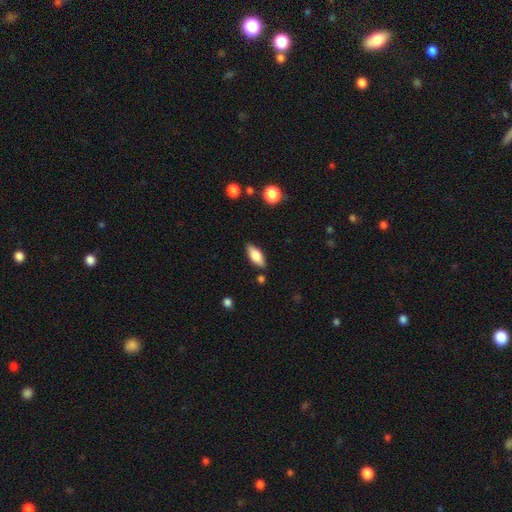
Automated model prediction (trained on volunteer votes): The model was most divided on "smooth or featured": smooth: 75%, featured or disk: 18%, star or artifact: 7%. More confident: merging — none (83%); how rounded — in between (82%).